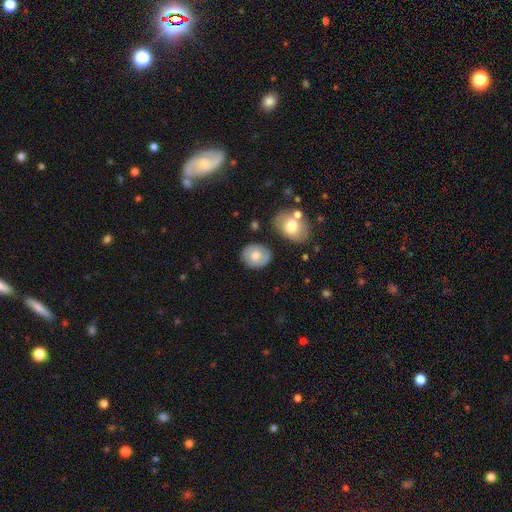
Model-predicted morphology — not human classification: type=smooth (67%); roundness=round (64%); merging=none (78%).